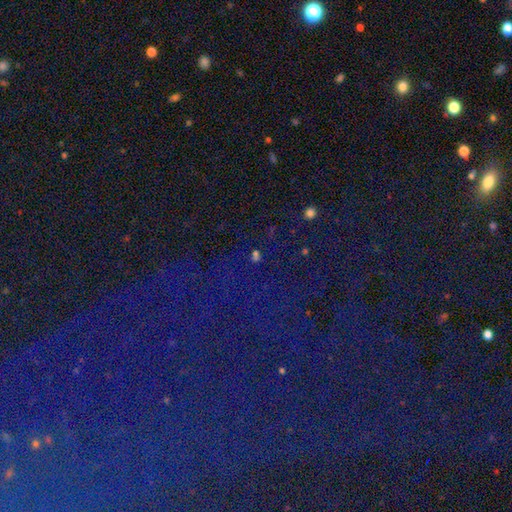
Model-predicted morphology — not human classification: The model was most divided on "smooth or featured": star or artifact: 74%, smooth: 18%, featured or disk: 8%.